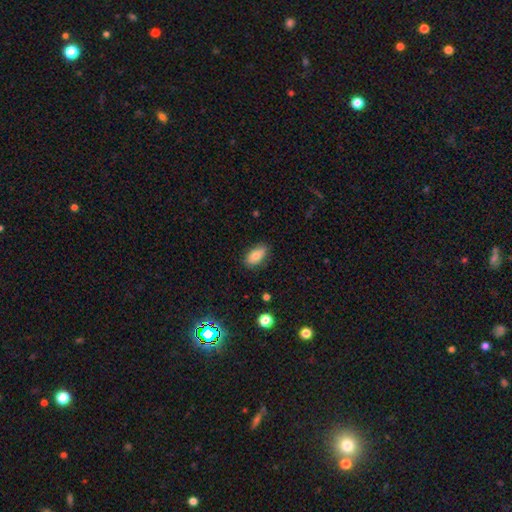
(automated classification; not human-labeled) Smooth or featured?
  - smooth: 77% *
  - featured or disk: 14%
  - star or artifact: 8%
How rounded?
  - in between: 91% *
  - round: 5%
  - cigar-shaped: 4%
Merging?
  - none: 83% *
  - minor disturbance: 13%
  - major disturbance: 3%
  - merger: 1%